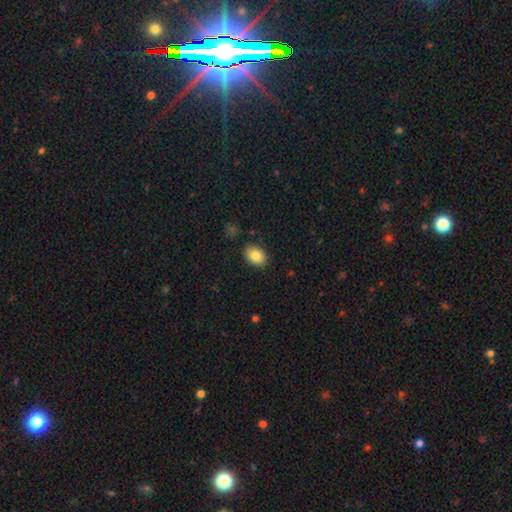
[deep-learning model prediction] This is clearly a smooth galaxy (84%). How rounded: likely in between (73%). Merging: clearly none (87%).